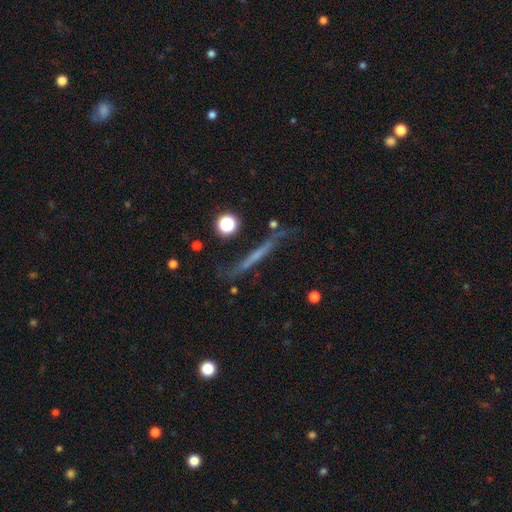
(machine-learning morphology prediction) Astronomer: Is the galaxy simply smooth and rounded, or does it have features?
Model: featured or disk — 52% (runner-up: smooth, 37%).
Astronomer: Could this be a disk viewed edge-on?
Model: yes — 88%.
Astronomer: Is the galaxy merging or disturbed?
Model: none — 71%.